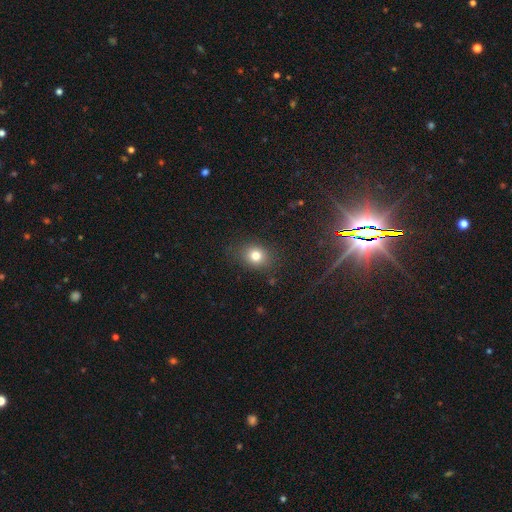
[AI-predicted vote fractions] Morphology: type=smooth (78%); roundness=round (60%); merging=none (83%).